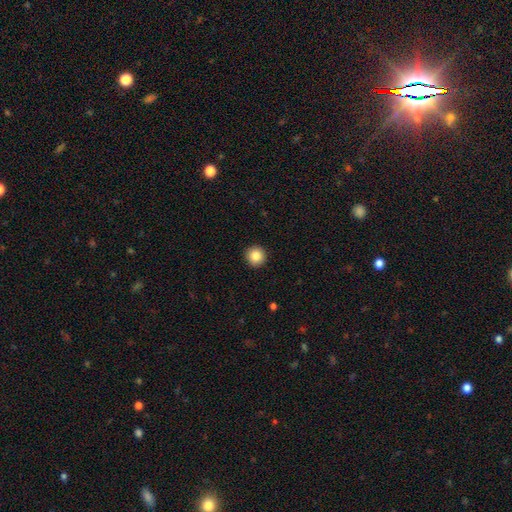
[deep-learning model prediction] The model was most divided on "smooth or featured": smooth: 85%, star or artifact: 9%, featured or disk: 5%. More confident: how rounded — round (95%); merging — none (93%).